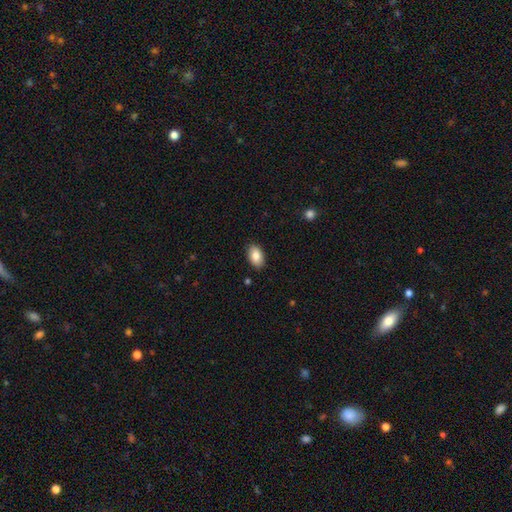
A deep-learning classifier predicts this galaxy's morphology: smooth_or_featured: smooth (p=0.85) [alt: featured or disk p=0.08]
how_rounded: in between (p=0.93) [alt: round p=0.06]
merging: none (p=0.88) [alt: minor disturbance p=0.09]